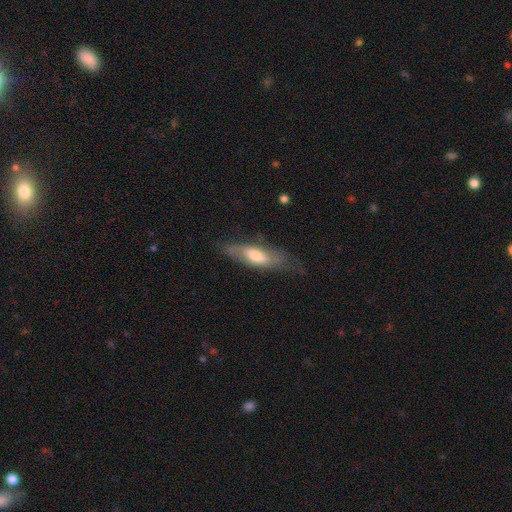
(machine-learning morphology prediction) Smooth or featured? smooth (51%)
How rounded? in between (49%)
Merging? none (62%)